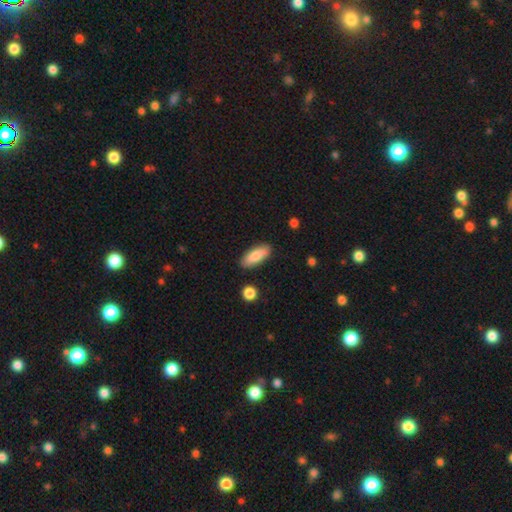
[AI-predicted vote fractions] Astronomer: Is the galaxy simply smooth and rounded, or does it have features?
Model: smooth — 82%.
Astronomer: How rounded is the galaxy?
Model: in between — 71%.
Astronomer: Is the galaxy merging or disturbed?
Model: none — 86%.